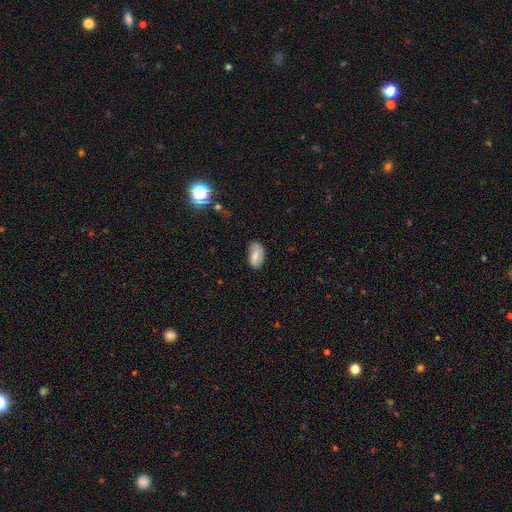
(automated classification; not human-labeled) smooth_or_featured: smooth (p=0.64) [alt: featured or disk p=0.28]
how_rounded: in between (p=0.92) [alt: round p=0.04]
merging: none (p=0.78) [alt: minor disturbance p=0.17]